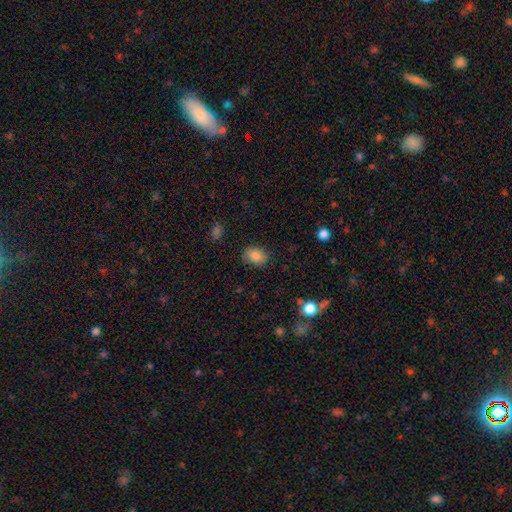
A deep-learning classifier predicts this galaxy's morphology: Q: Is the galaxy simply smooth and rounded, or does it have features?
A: smooth — 86%.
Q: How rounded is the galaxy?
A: in between — 69%.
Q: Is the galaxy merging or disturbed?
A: none — 85%.